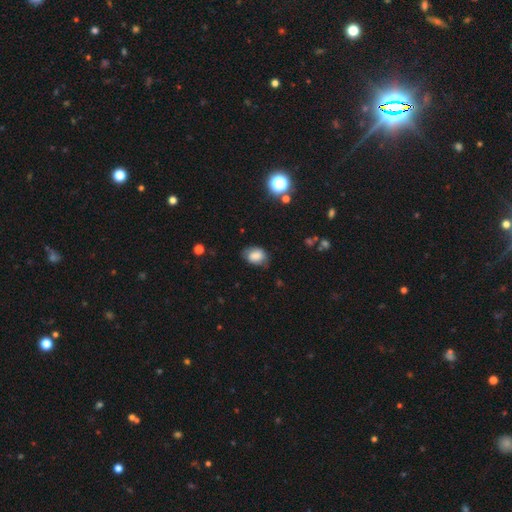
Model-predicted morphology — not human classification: Smooth or featured?
  - smooth: 77% *
  - featured or disk: 14%
  - star or artifact: 10%
How rounded?
  - in between: 71% *
  - round: 28%
  - cigar-shaped: 1%
Merging?
  - none: 63% *
  - minor disturbance: 27%
  - major disturbance: 8%
  - merger: 2%